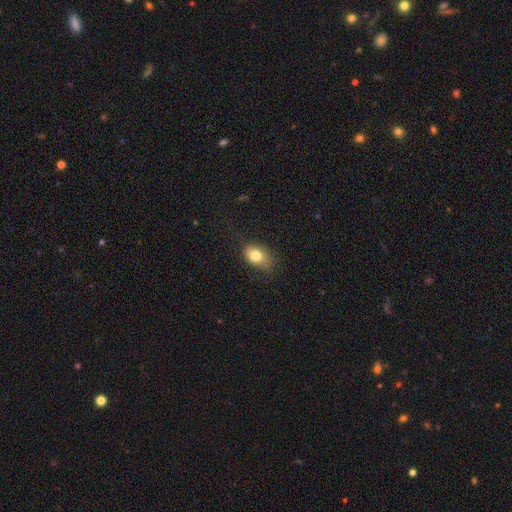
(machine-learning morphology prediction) smooth 79%, featured or disk 12%, star or artifact 10%. Down the decision tree: how rounded — in between (80%); merging — none (70%).